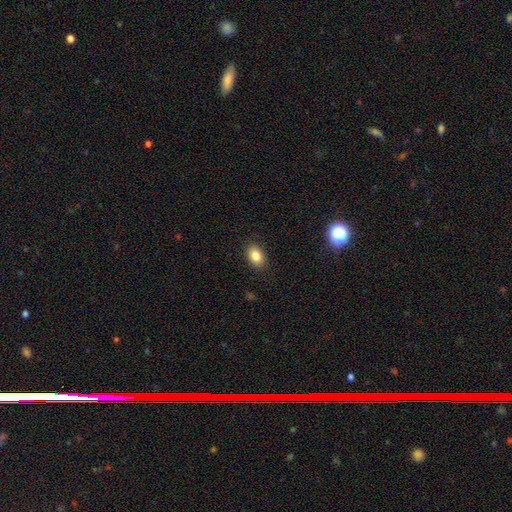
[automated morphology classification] smooth_or_featured: smooth (p=0.85) [alt: star or artifact p=0.09]
how_rounded: in between (p=0.84) [alt: round p=0.15]
merging: none (p=0.89) [alt: minor disturbance p=0.08]